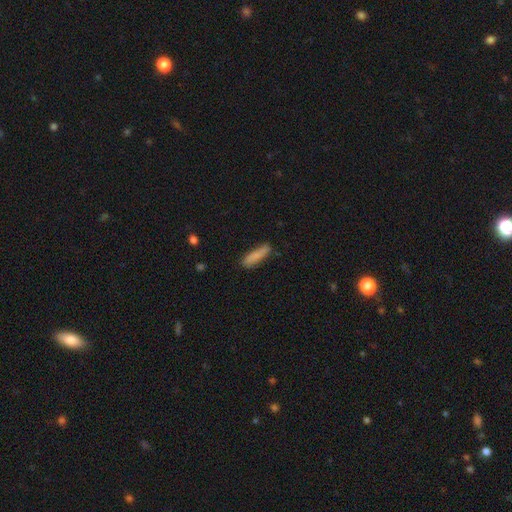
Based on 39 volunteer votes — A smooth galaxy with no disk features (79%) that is cigar-shaped (74%). Merging: none (86%).